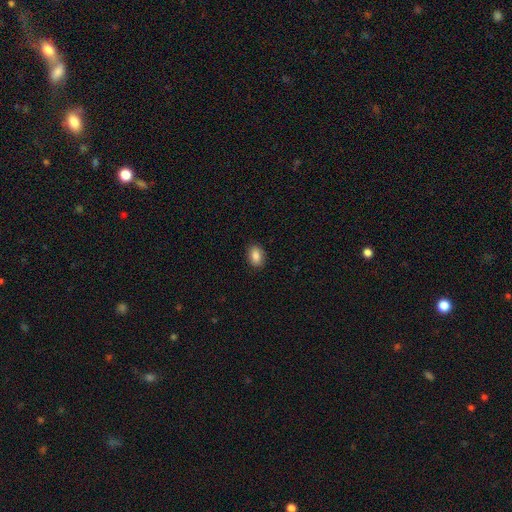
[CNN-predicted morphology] Smooth or featured: smooth — 87% (star or artifact — 8%)
How rounded: in between — 83% (round — 16%)
Merging: none — 89% (minor disturbance — 8%)